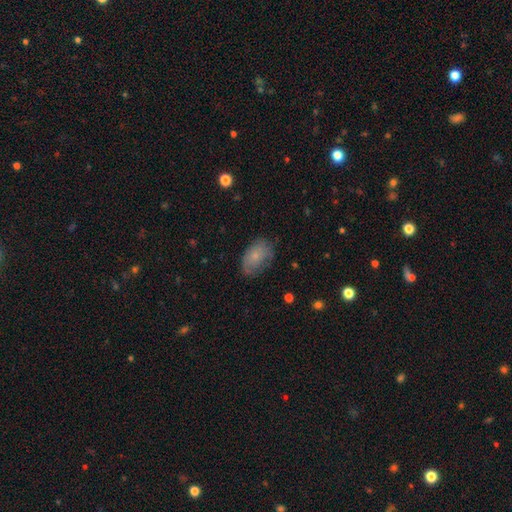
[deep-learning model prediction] Smooth or featured? Predicted: smooth (p=0.72). How rounded? Predicted: in between (p=0.89). Merging? Predicted: none (p=0.65).